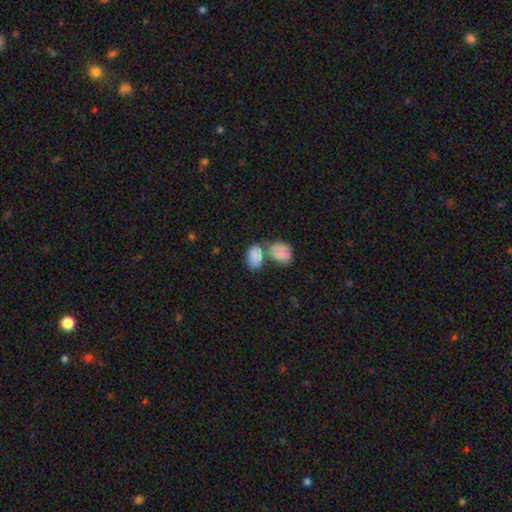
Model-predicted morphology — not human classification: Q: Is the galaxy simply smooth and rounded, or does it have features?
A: smooth — 86%.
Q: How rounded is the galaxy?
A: in between — 88%.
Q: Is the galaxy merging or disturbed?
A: merger — 48%.